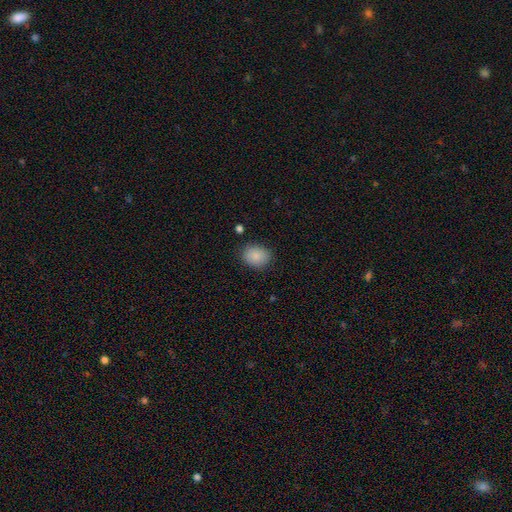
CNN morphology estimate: smooth-or-featured: smooth: 87% | star or artifact: 8% | featured or disk: 5%
  how-rounded: in between: 51% | round: 48% | cigar-shaped: 1%
  merging: none: 85% | minor disturbance: 11% | major disturbance: 3% | merger: 2%